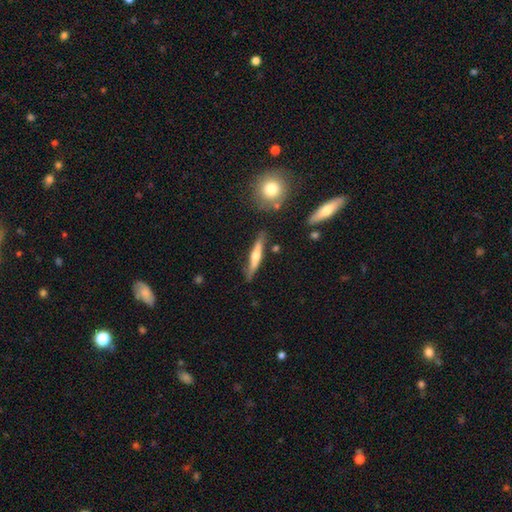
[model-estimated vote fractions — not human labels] smooth-or-featured: featured or disk: 53% | smooth: 41% | star or artifact: 6%
  disk-edge-on: yes: 93% | no: 7%
  merging: none: 80% | minor disturbance: 13% | merger: 3% | major disturbance: 3%